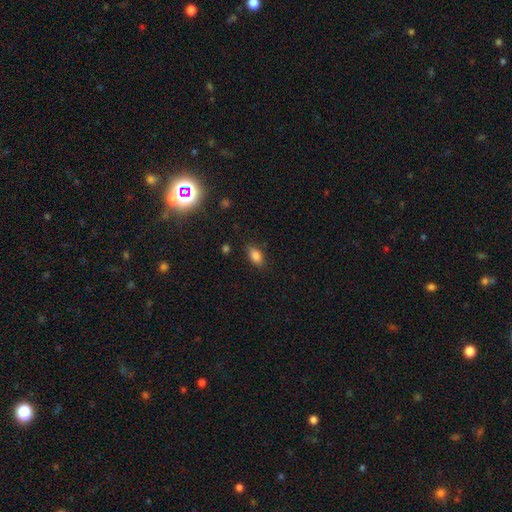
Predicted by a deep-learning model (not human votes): smooth 83%, star or artifact 10%, featured or disk 7%. Down the decision tree: how rounded — in between (87%); merging — none (81%).